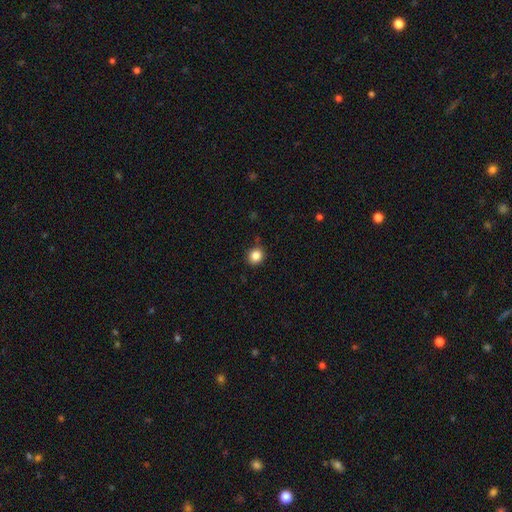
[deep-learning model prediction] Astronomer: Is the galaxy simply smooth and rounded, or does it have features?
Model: smooth — 86%.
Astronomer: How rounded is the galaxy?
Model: round — 87%.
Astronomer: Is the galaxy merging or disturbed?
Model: none — 87%.